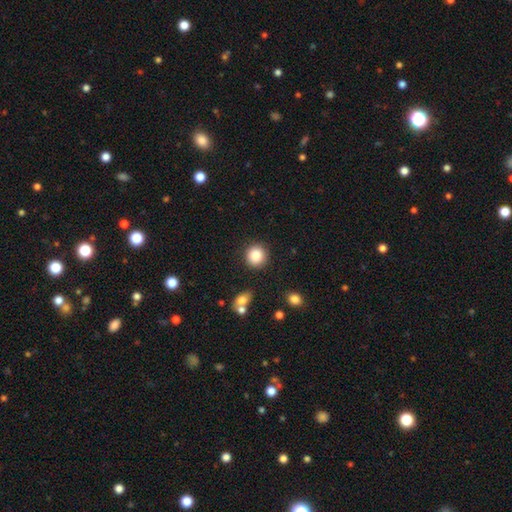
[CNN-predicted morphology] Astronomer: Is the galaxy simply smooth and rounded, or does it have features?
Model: smooth — 85%.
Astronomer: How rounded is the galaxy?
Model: round — 90%.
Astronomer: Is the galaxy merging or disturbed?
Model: none — 88%.